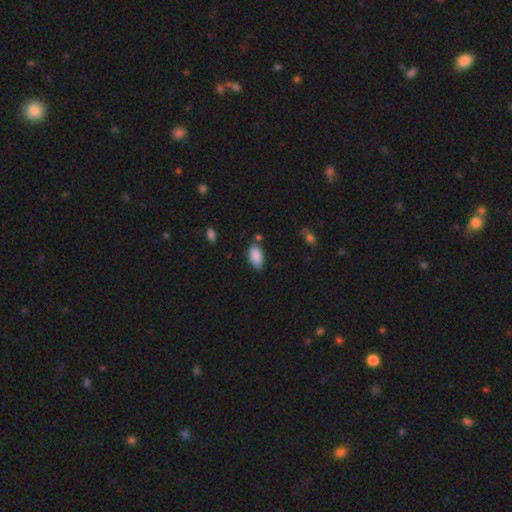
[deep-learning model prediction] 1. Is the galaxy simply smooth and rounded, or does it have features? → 89% smooth, 7% star or artifact, 4% featured or disk.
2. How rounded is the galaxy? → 94% in between, 3% cigar-shaped, 3% round.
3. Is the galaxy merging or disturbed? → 73% none, 18% minor disturbance, 5% merger, 4% major disturbance.